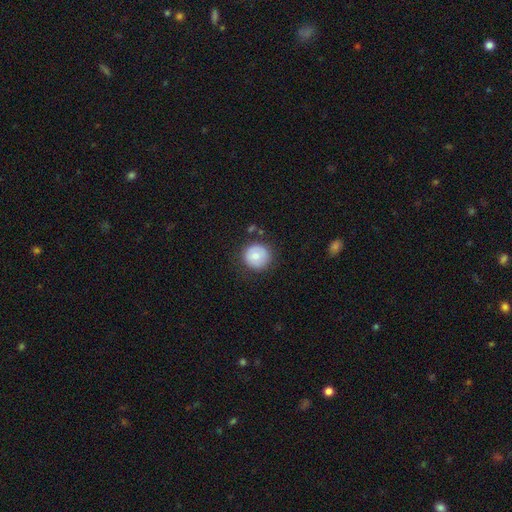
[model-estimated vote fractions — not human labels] A smooth galaxy with no disk features (77%) that is round (94%). Merging: none (78%).